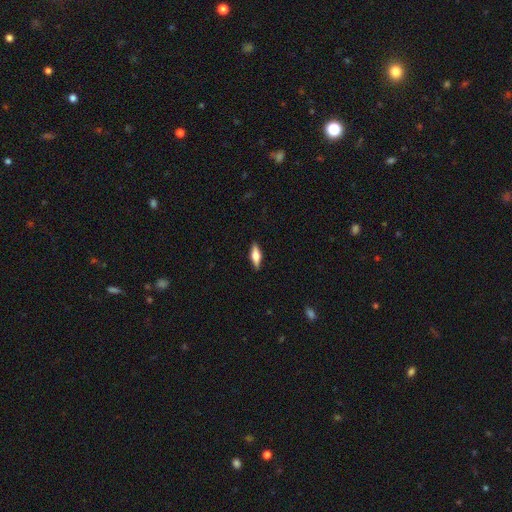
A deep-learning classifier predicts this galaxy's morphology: Q: Smooth or featured?
A: smooth (53%); runner-up: featured or disk (40%)
Q: How rounded?
A: in between (56%); runner-up: cigar-shaped (41%)
Q: Merging?
A: none (88%); runner-up: minor disturbance (9%)